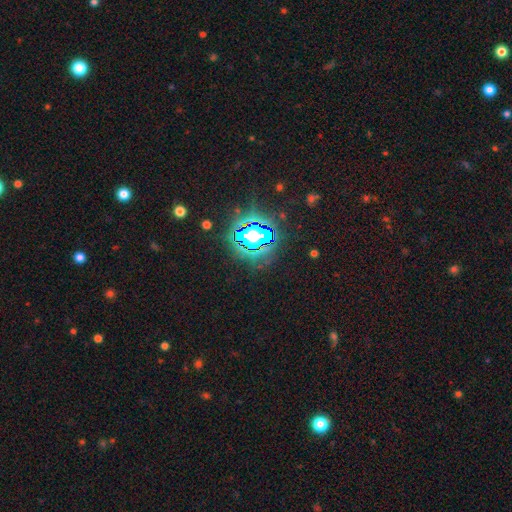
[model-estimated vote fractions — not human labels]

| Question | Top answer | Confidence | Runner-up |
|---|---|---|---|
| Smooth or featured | star or artifact | 86% | smooth (9%) |